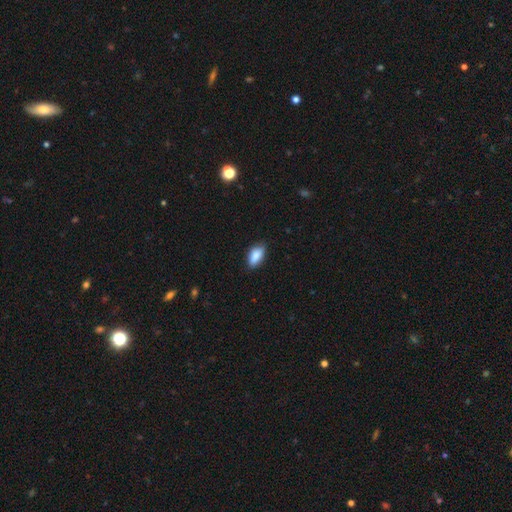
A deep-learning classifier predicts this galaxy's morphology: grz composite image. It shows a smooth galaxy with no disk features (86%) that is in between round and cigar-shaped (89%). Merging: none (83%).